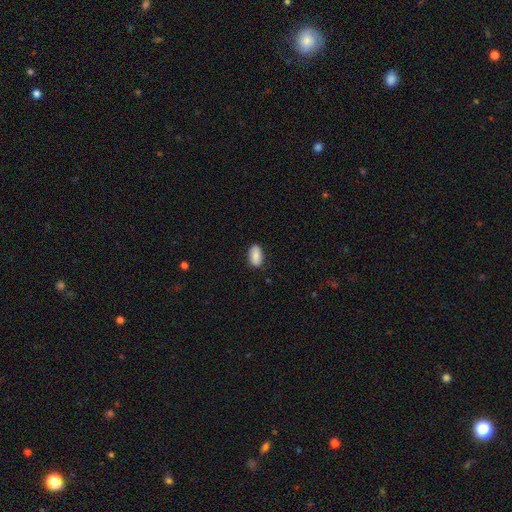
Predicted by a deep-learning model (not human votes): Smooth or featured?
  - smooth: 85% *
  - featured or disk: 8%
  - star or artifact: 7%
How rounded?
  - in between: 92% *
  - round: 4%
  - cigar-shaped: 3%
Merging?
  - none: 85% *
  - minor disturbance: 12%
  - major disturbance: 2%
  - merger: 1%